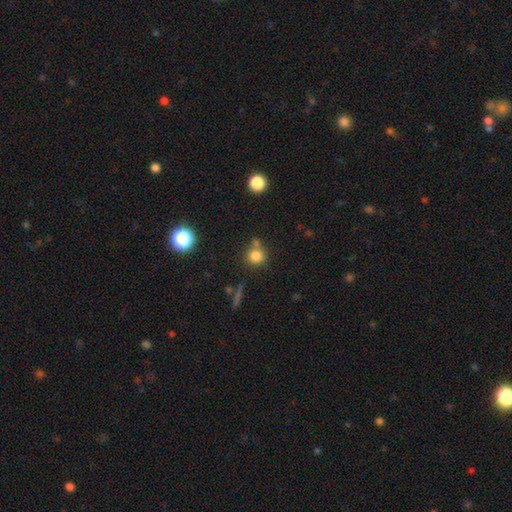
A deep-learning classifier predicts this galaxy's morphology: Smooth or featured?
  - smooth: 80% *
  - star or artifact: 13%
  - featured or disk: 7%
How rounded?
  - round: 88% *
  - in between: 11%
  - cigar-shaped: 1%
Merging?
  - none: 61% *
  - merger: 21%
  - minor disturbance: 13%
  - major disturbance: 5%